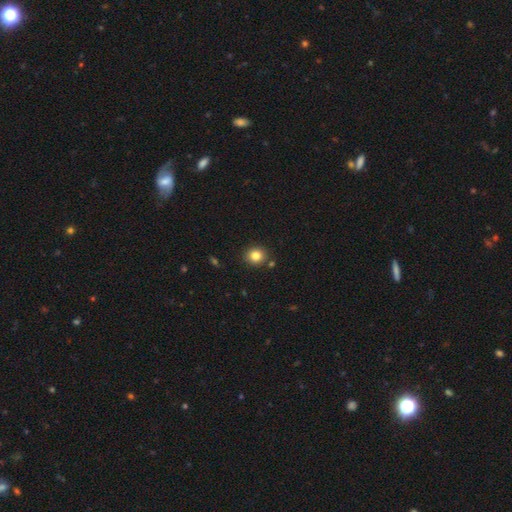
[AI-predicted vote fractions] smooth 83%, star or artifact 11%, featured or disk 6%. Down the decision tree: how rounded — round (82%); merging — none (86%).